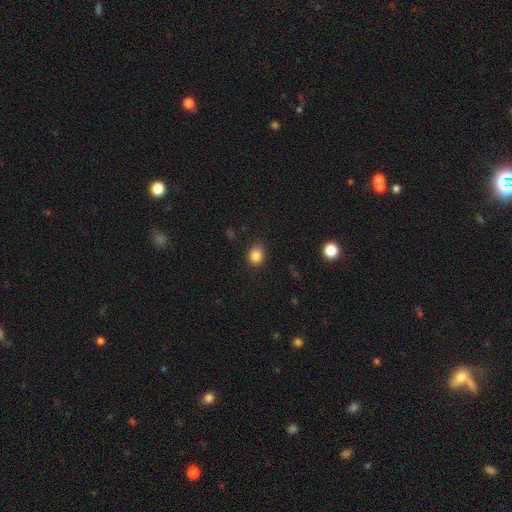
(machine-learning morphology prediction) Smooth or featured? Predicted: smooth (p=0.85). How rounded? Predicted: round (p=0.54). Merging? Predicted: none (p=0.82).